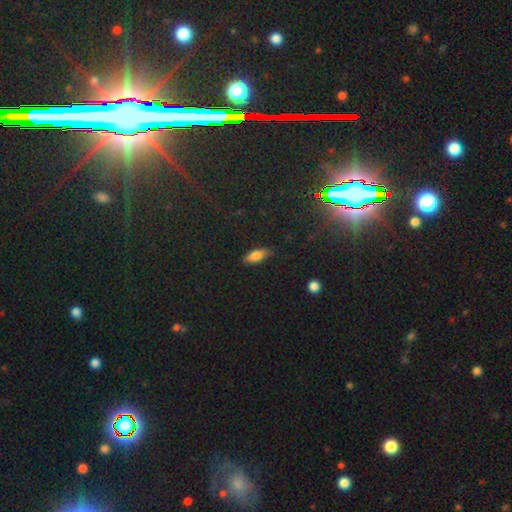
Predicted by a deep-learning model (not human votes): Smooth or featured? smooth (80%)
How rounded? in between (76%)
Merging? none (81%)